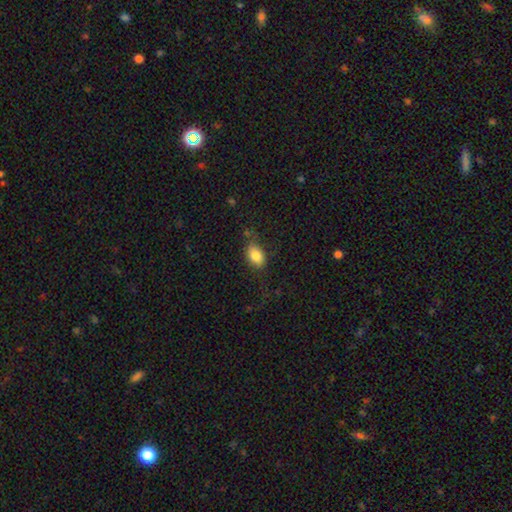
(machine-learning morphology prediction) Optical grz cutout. It shows a smooth galaxy with no disk features (82%) that is in between round and cigar-shaped (87%). Merging: none (68%).